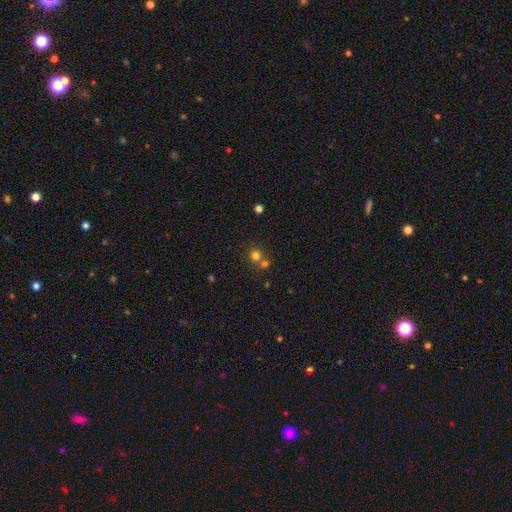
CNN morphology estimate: A smooth galaxy with no disk features (72%) that is round (90%). Merging: none (57%).